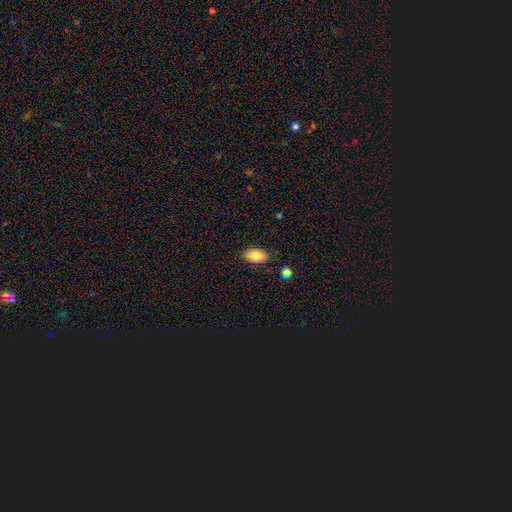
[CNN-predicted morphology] Smooth or featured: smooth — 71% (star or artifact — 19%)
How rounded: in between — 89% (round — 7%)
Merging: none — 85% (minor disturbance — 11%)